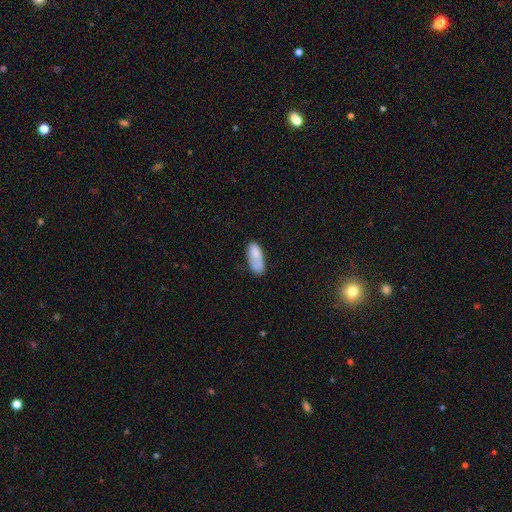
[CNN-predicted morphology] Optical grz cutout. It shows a smooth galaxy with no disk features (76%) that is in between round and cigar-shaped (82%). Merging: none (45%).